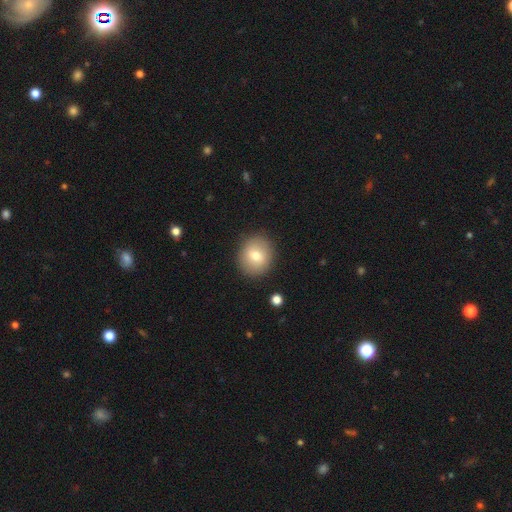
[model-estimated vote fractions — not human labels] The model was most divided on "how rounded": round: 77%, in between: 22%, cigar-shaped: 1%. More confident: merging — none (88%); smooth or featured — smooth (74%).